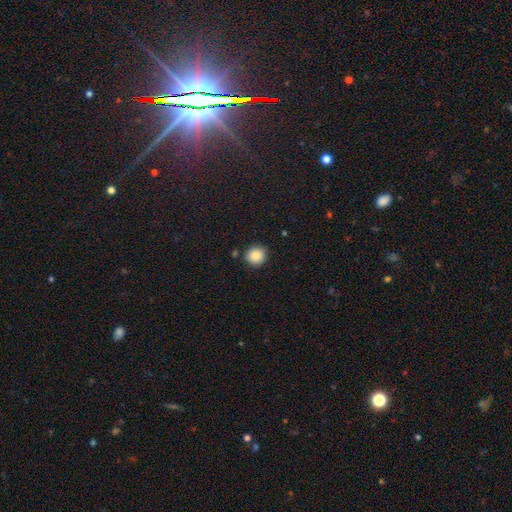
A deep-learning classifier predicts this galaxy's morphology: A smooth galaxy with no disk features (85%) that is round (89%). Merging: none (87%).